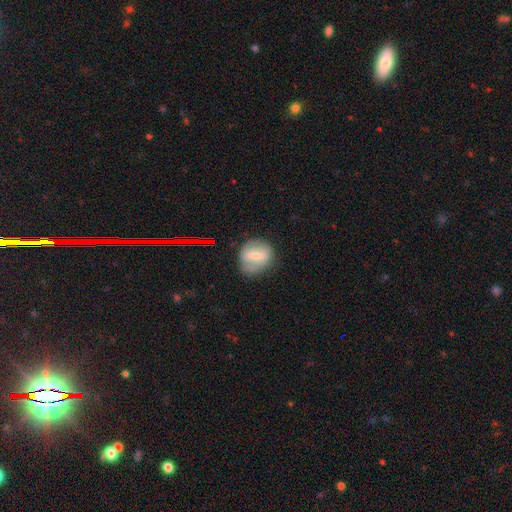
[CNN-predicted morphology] smooth 50%, featured or disk 42%, star or artifact 9%. Down the decision tree: merging — none (71%).